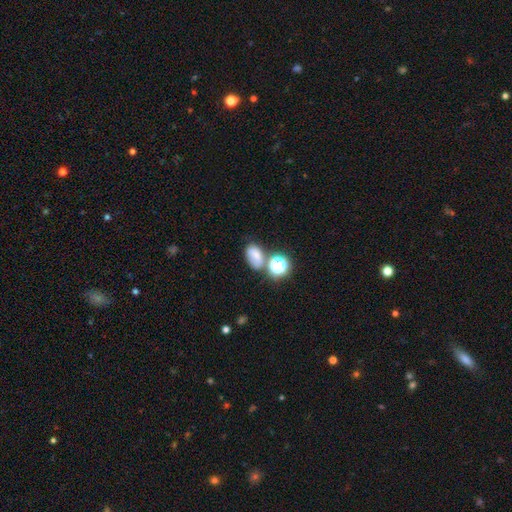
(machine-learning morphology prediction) Smooth or featured: smooth — 68% (star or artifact — 19%)
How rounded: in between — 78% (round — 20%)
Merging: none — 52% (merger — 22%)